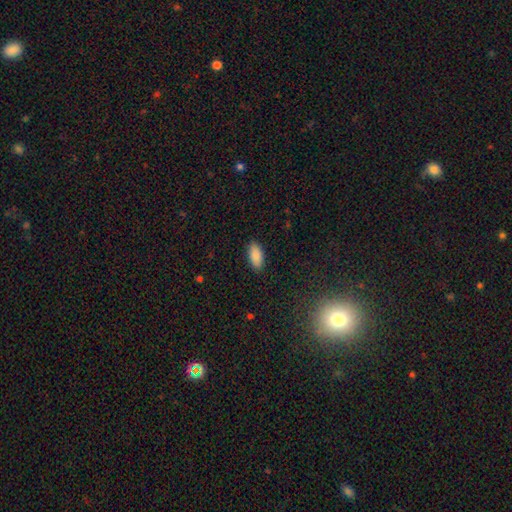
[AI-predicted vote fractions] Smooth or featured?
  - smooth: 88% *
  - star or artifact: 7%
  - featured or disk: 5%
How rounded?
  - in between: 90% *
  - cigar-shaped: 8%
  - round: 2%
Merging?
  - none: 89% *
  - minor disturbance: 8%
  - major disturbance: 2%
  - merger: 1%